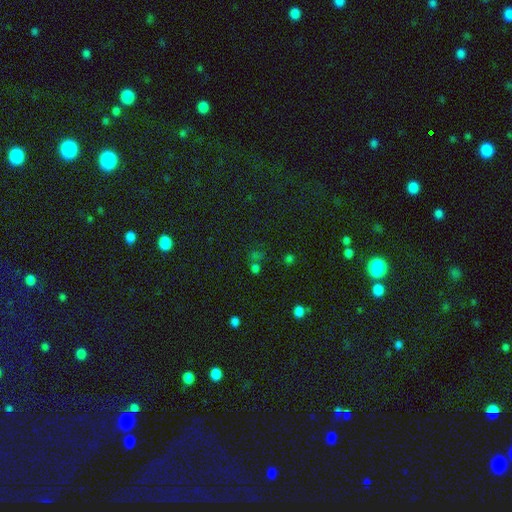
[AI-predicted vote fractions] smooth-or-featured: star or artifact: 55% | smooth: 36% | featured or disk: 10%